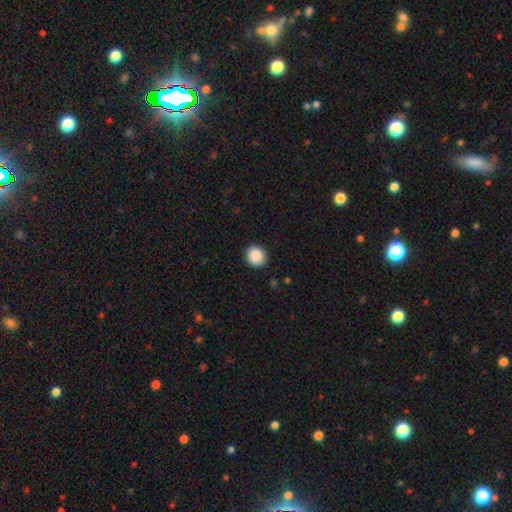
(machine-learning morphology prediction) Smooth or featured: smooth — 89% (star or artifact — 8%)
How rounded: round — 87% (in between — 12%)
Merging: none — 91% (minor disturbance — 6%)